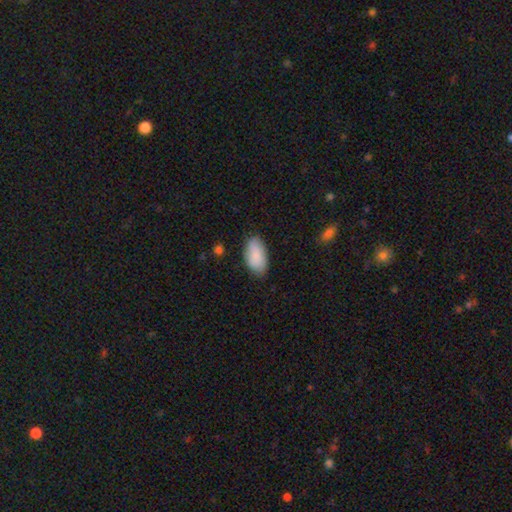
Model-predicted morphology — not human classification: The model was most divided on "merging": none: 78%, minor disturbance: 17%, major disturbance: 3%, merger: 1%. More confident: how rounded — in between (94%); smooth or featured — smooth (85%).